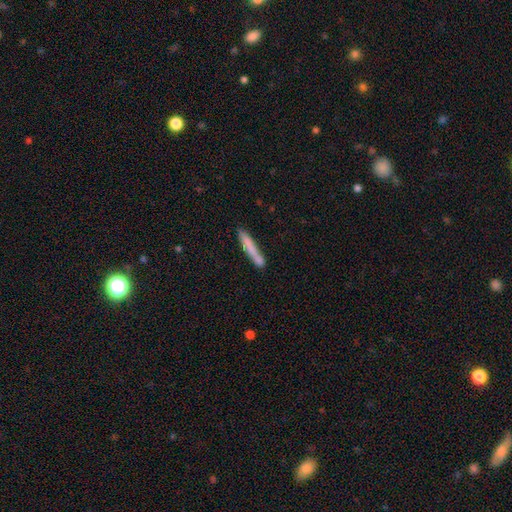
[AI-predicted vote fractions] This appears to be a smooth galaxy with no disk features (57%) that is cigar-shaped (87%). Merging: none (79%).